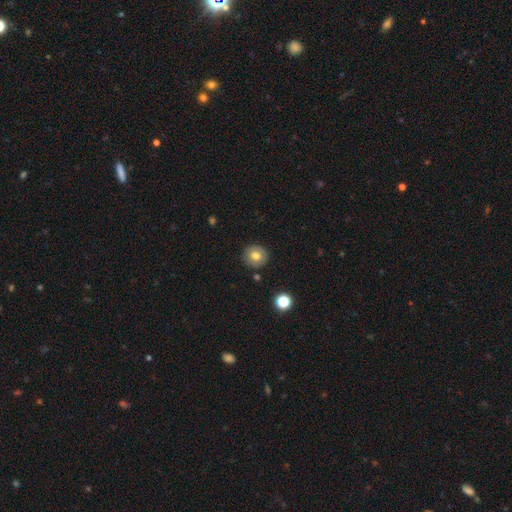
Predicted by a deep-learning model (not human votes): This appears to be a smooth galaxy with no disk features (73%) that is round (91%). Merging: none (88%).